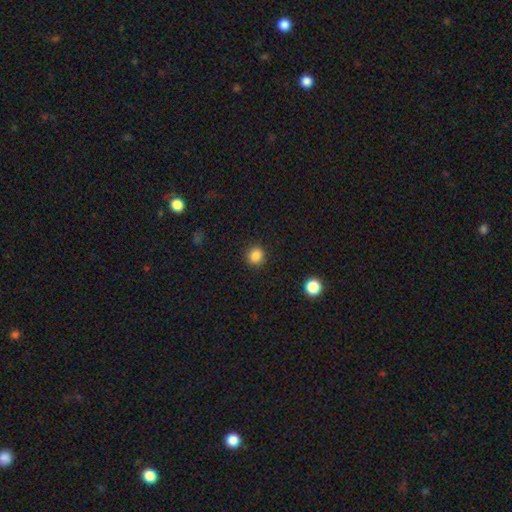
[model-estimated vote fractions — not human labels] smooth_or_featured: smooth (p=0.86) [alt: star or artifact p=0.11]
how_rounded: round (p=0.87) [alt: in between p=0.12]
merging: none (p=0.90) [alt: minor disturbance p=0.06]